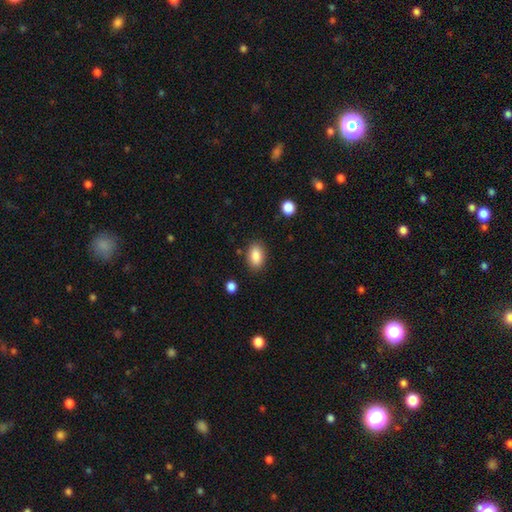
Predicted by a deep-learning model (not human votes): Smooth or featured? smooth (87%)
How rounded? in between (89%)
Merging? none (85%)